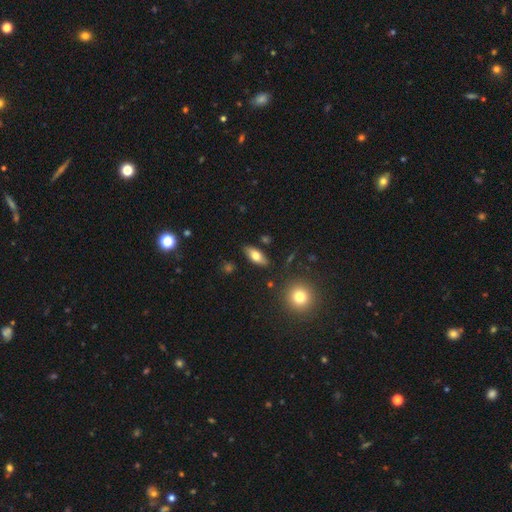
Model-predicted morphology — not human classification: A smooth galaxy with no disk features (72%) that is in between round and cigar-shaped (84%). Merging: none (84%).